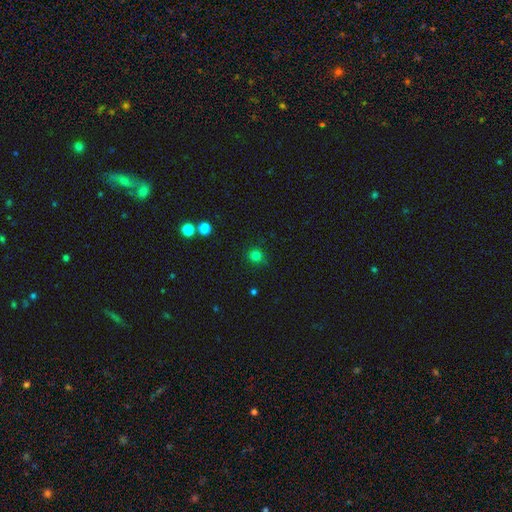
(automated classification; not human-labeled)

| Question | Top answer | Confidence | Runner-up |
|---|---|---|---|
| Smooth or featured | smooth | 80% | star or artifact (16%) |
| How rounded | round | 93% | in between (6%) |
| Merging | none | 86% | minor disturbance (10%) |